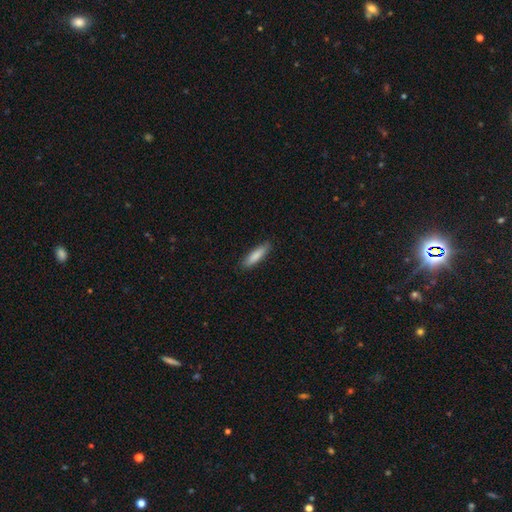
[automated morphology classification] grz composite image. It shows a smooth galaxy with no disk features (85%) that is cigar-shaped (71%). Merging: none (88%).